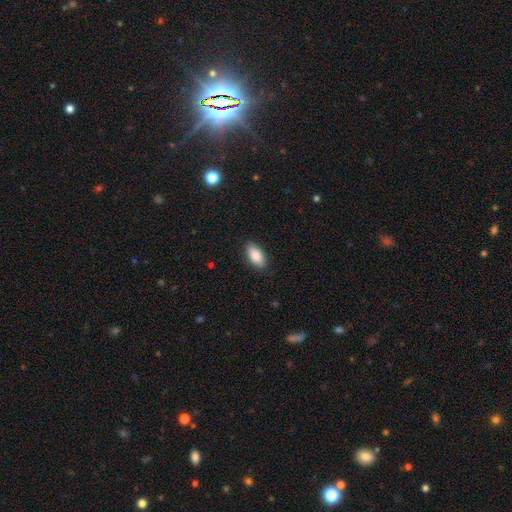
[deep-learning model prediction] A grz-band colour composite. It shows a smooth galaxy with no disk features (86%) that is in between round and cigar-shaped (90%). Merging: none (87%).